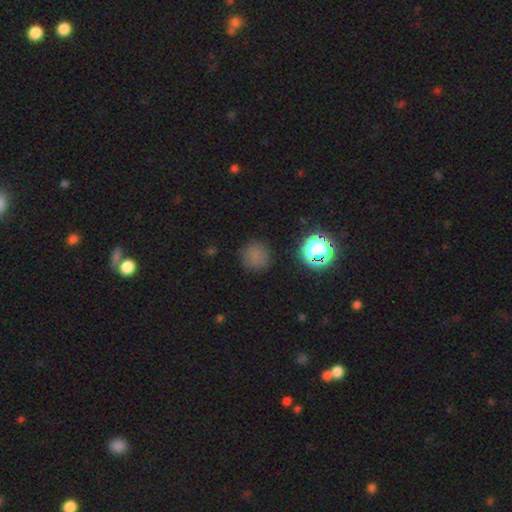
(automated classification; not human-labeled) smooth 70%, star or artifact 23%, featured or disk 7%. Down the decision tree: how rounded — round (92%); merging — none (84%).